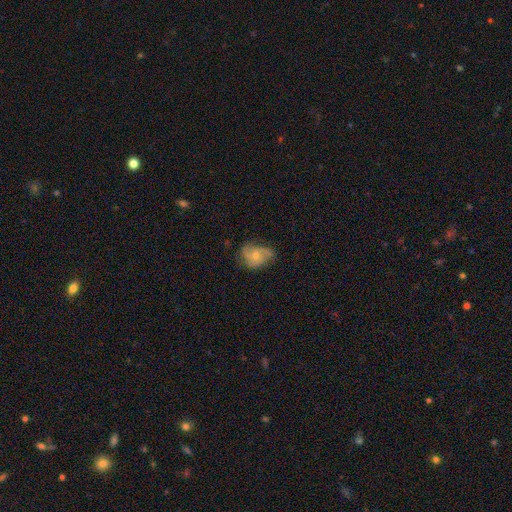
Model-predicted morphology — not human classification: featured or disk 60%, smooth 32%, star or artifact 8%. Down the decision tree: edge-on disk — no (97%); bar — no (78%); spiral arms — yes (83%); bulge size — small (61%); merging — none (52%).